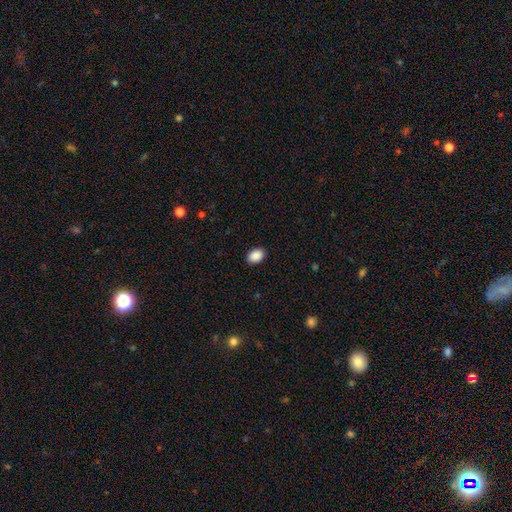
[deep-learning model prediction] This appears to be a smooth galaxy with no disk features (90%) that is in between round and cigar-shaped (85%). Merging: none (90%).